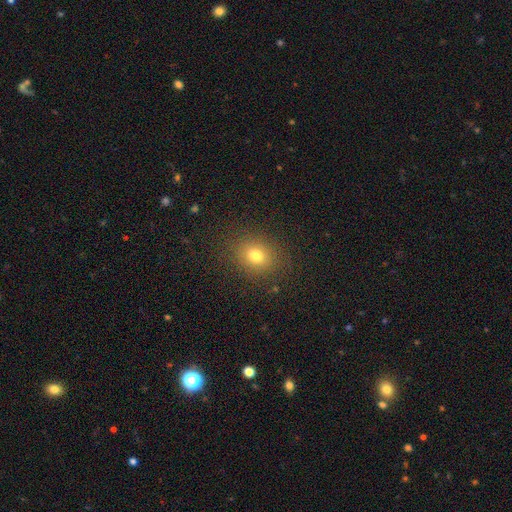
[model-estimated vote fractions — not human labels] Morphology: type=smooth (76%); roundness=round (61%); merging=none (87%).